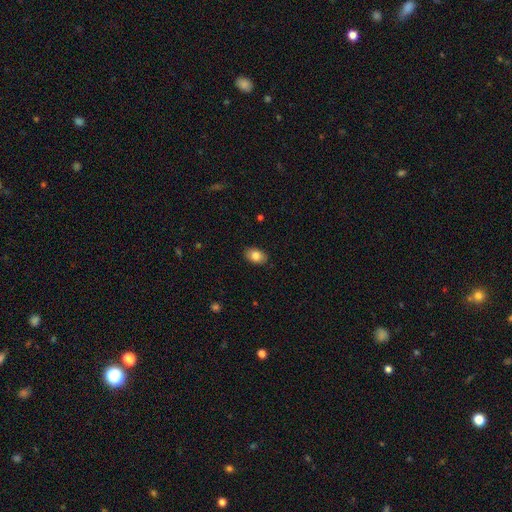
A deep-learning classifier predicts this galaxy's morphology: smooth 82%, featured or disk 11%, star or artifact 8%. Down the decision tree: how rounded — in between (86%); merging — none (89%).